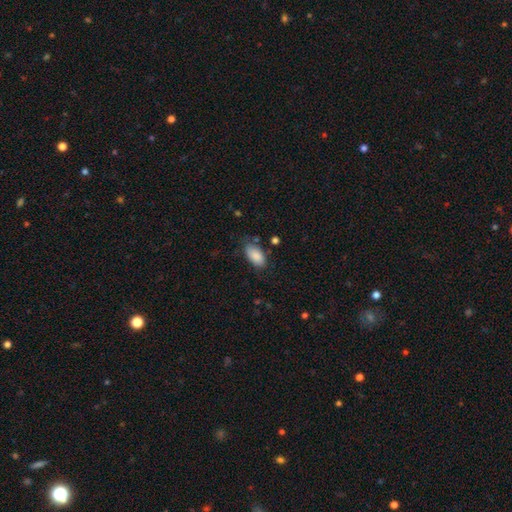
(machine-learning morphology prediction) Q: Smooth or featured?
A: smooth (87%); runner-up: star or artifact (7%)
Q: How rounded?
A: in between (94%); runner-up: cigar-shaped (3%)
Q: Merging?
A: none (72%); runner-up: minor disturbance (20%)